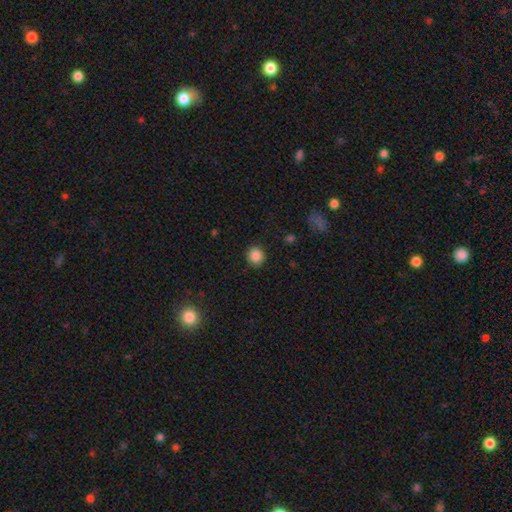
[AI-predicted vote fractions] The model was most divided on "smooth or featured": smooth: 87%, star or artifact: 10%, featured or disk: 3%. More confident: merging — none (91%); how rounded — round (88%).